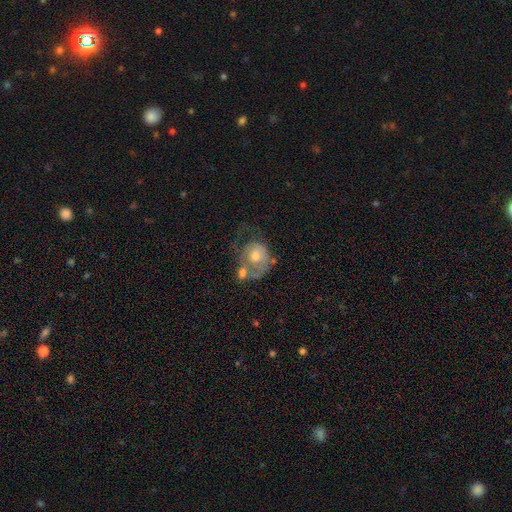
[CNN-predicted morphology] smooth_or_featured: featured or disk (p=0.51) [alt: smooth p=0.41]
disk_edge_on: no (p=0.96) [alt: yes p=0.04]
merging: merger (p=0.32) [alt: major disturbance p=0.28]